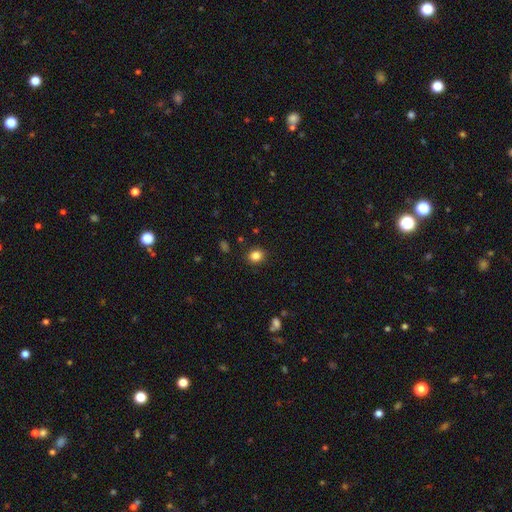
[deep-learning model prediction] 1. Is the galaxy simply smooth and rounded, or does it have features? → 84% smooth, 11% star or artifact, 4% featured or disk.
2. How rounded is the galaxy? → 71% round, 29% in between, 1% cigar-shaped.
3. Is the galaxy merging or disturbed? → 90% none, 7% minor disturbance, 2% major disturbance, 1% merger.